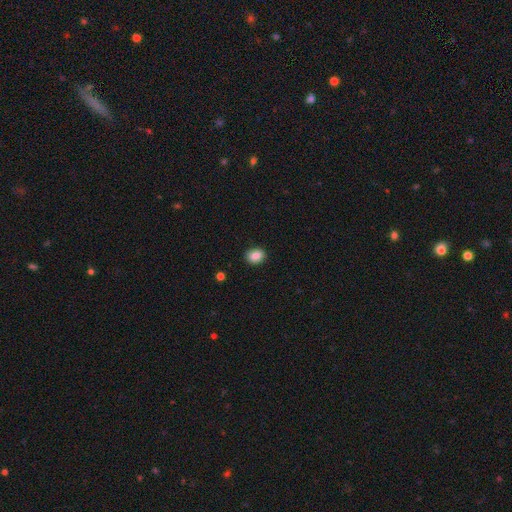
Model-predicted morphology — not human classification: smooth 86%, star or artifact 9%, featured or disk 5%. Down the decision tree: how rounded — in between (53%); merging — none (88%).